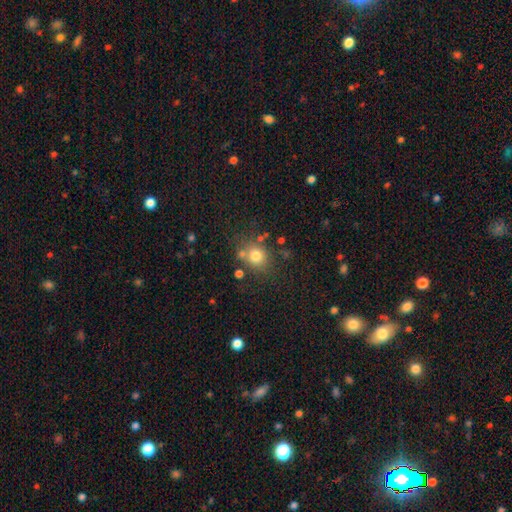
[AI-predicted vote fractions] smooth-or-featured: smooth: 76% | star or artifact: 14% | featured or disk: 10%
  how-rounded: round: 76% | in between: 23% | cigar-shaped: 1%
  merging: none: 69% | minor disturbance: 13% | merger: 12% | major disturbance: 5%